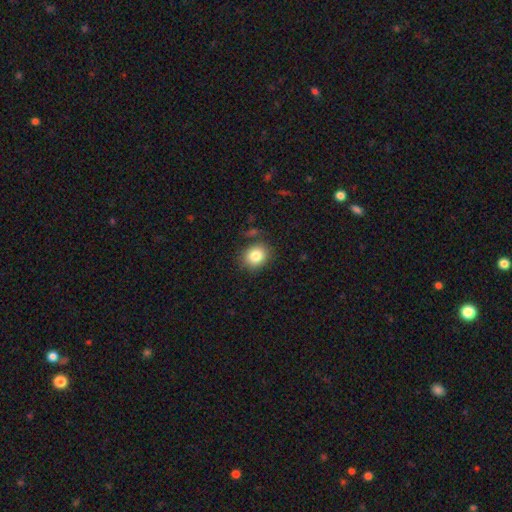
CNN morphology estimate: type=smooth (83%); roundness=round (71%); merging=none (83%).